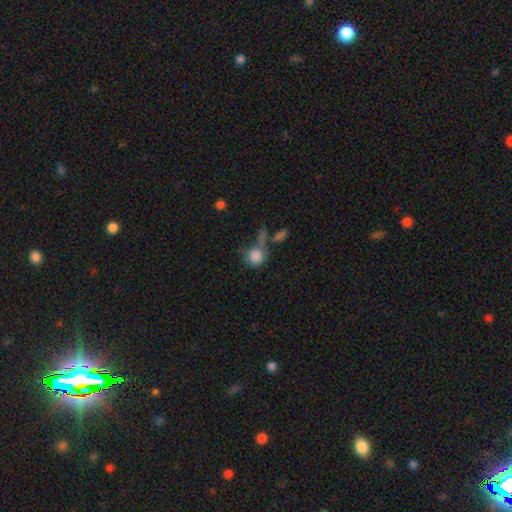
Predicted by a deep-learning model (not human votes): Smooth or featured? Predicted: smooth (p=0.81). How rounded? Predicted: round (p=0.78). Merging? Predicted: none (p=0.37).